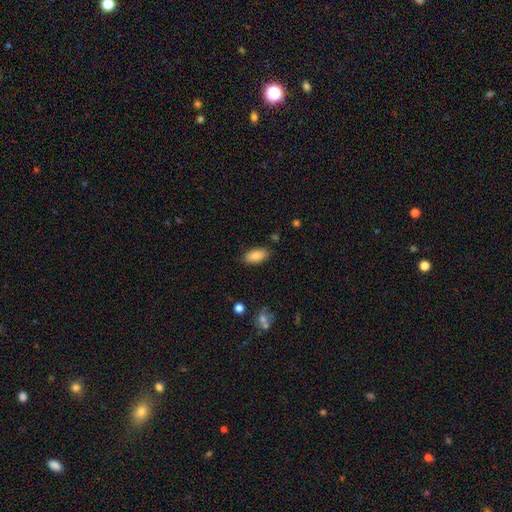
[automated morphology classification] A smooth galaxy with no disk features (84%) that is in between round and cigar-shaped (92%).

Vote fractions:
- Smooth or featured? smooth: 84% / featured or disk: 9% / star or artifact: 8%
- How rounded? in between: 92% / cigar-shaped: 5% / round: 3%
- Merging? none: 85% / minor disturbance: 11% / major disturbance: 2% / merger: 2%